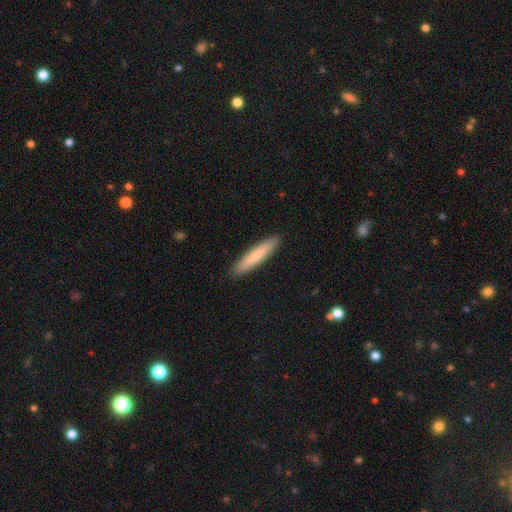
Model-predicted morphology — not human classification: Smooth or featured: smooth — 79% (featured or disk — 16%)
How rounded: cigar-shaped — 90% (in between — 9%)
Merging: none — 92% (minor disturbance — 6%)